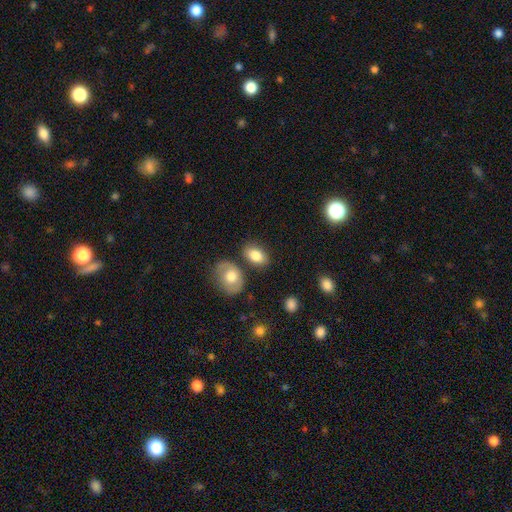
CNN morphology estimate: A smooth galaxy with no disk features (81%) that is in between round and cigar-shaped (89%). Merging: none (73%).